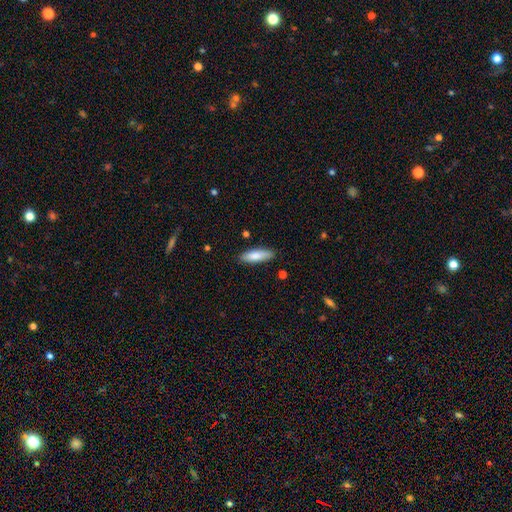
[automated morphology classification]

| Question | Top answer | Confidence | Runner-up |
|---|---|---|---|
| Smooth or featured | smooth | 83% | featured or disk (11%) |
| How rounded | cigar-shaped | 51% | in between (47%) |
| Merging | none | 87% | minor disturbance (10%) |